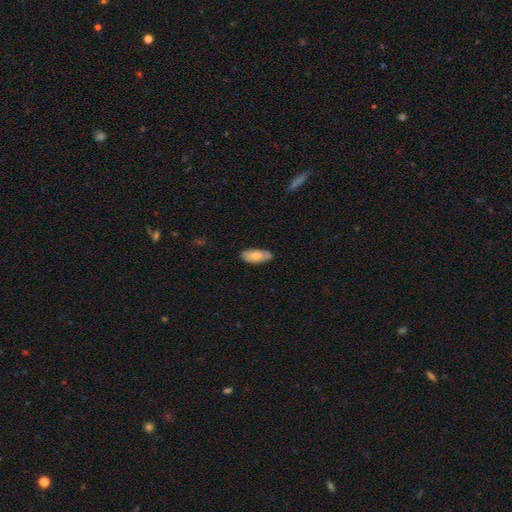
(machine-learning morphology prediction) smooth 68%, featured or disk 25%, star or artifact 6%. Down the decision tree: how rounded — in between (85%); merging — none (76%).